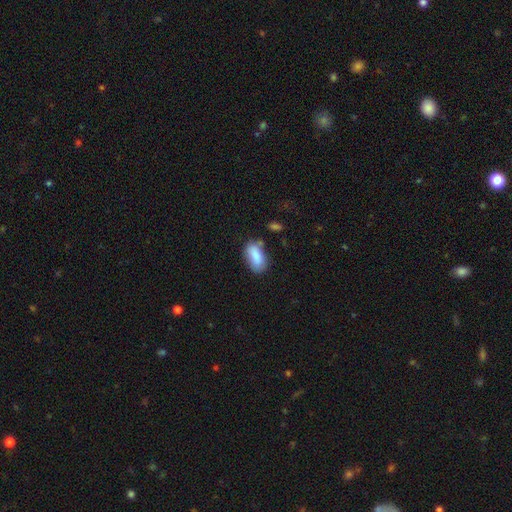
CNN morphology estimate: Smooth or featured? smooth (85%)
How rounded? in between (91%)
Merging? none (64%)